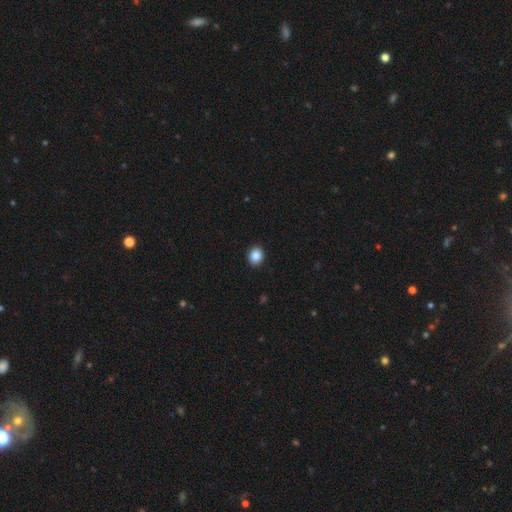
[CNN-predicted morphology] The model was most divided on "how rounded": round: 66%, in between: 34%, cigar-shaped: 1%. More confident: merging — none (92%); smooth or featured — smooth (86%).